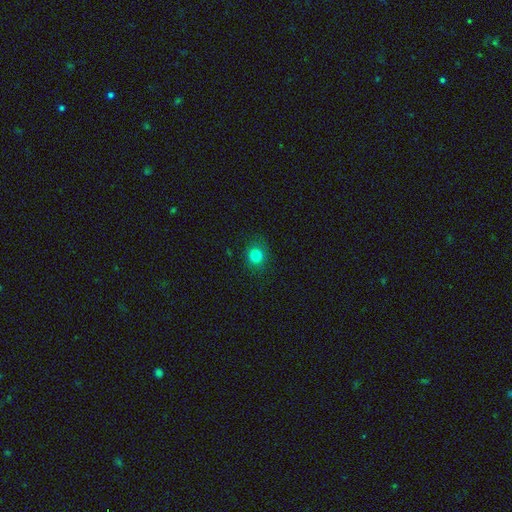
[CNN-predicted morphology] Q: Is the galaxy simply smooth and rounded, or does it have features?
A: smooth — 81%.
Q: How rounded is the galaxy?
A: round — 79%.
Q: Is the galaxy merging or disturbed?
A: none — 86%.